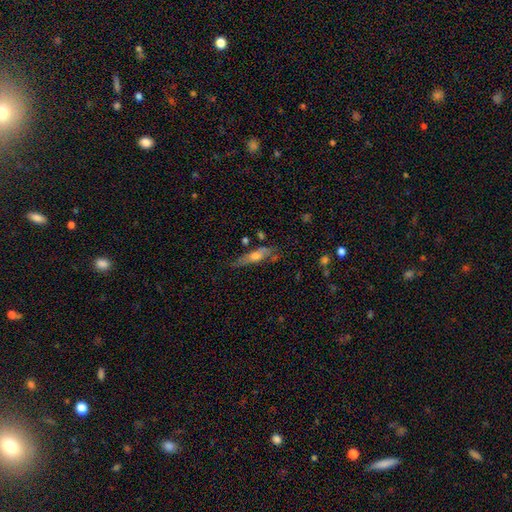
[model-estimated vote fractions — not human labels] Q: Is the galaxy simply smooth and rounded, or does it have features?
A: featured or disk — 49%.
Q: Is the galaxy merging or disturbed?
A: none — 61%.